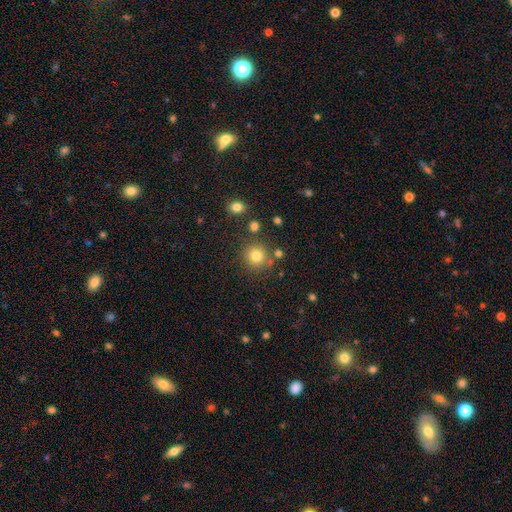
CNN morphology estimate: A smooth galaxy with no disk features (80%) that is round (92%).

Vote fractions:
- Smooth or featured? smooth: 80% / star or artifact: 13% / featured or disk: 7%
- How rounded? round: 92% / in between: 7% / cigar-shaped: 1%
- Merging? none: 81% / minor disturbance: 9% / merger: 7% / major disturbance: 3%